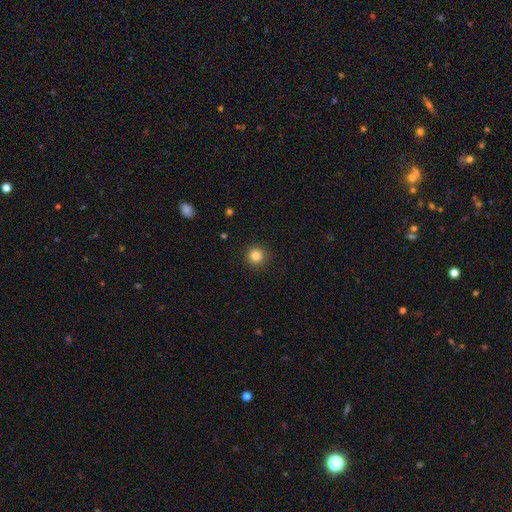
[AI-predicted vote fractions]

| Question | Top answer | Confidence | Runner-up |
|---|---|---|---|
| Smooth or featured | smooth | 84% | star or artifact (11%) |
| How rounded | round | 95% | in between (4%) |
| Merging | none | 92% | minor disturbance (5%) |